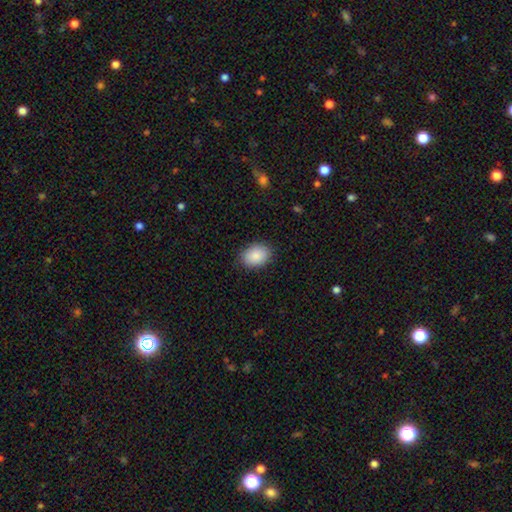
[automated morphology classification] Q: Smooth or featured?
A: smooth (89%); runner-up: star or artifact (7%)
Q: How rounded?
A: in between (77%); runner-up: round (22%)
Q: Merging?
A: none (86%); runner-up: minor disturbance (10%)